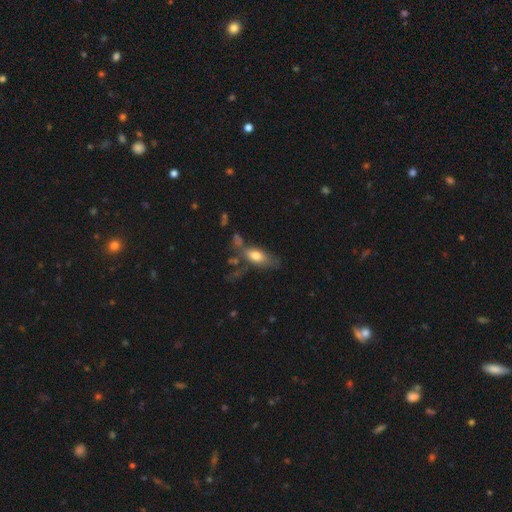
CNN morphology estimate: Smooth or featured? smooth (69%)
How rounded? in between (79%)
Merging? none (45%)